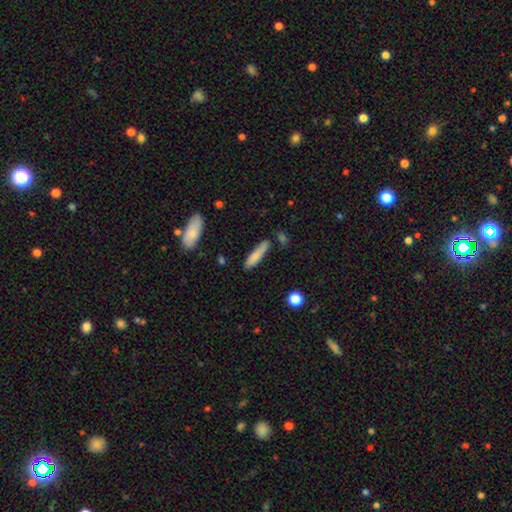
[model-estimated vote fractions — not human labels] This appears to be a smooth galaxy with no disk features (81%) that is cigar-shaped (82%). Merging: none (77%).